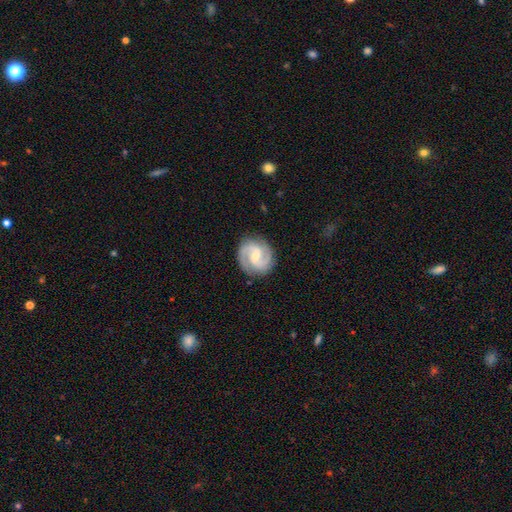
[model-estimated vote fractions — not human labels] A featured or disk galaxy (88%) with a weak bar (50%), 2 (89%) medium (53%) spiral arms (98%) and a small central bulge (55%).

Vote fractions:
- Smooth or featured? featured or disk: 88% / smooth: 8% / star or artifact: 4%
- Edge-on disk? no: 98% / yes: 2%
- Bar? weak: 50% / no: 32% / strong: 18%
- Spiral arms? yes: 98% / no: 2%
- Spiral winding? medium: 53% / tight: 36% / loose: 11%
- Spiral arm count? 2: 89% / 3: 4% / can't tell: 3% / 1: 1% / 4: 1% / more than 4: 1%
- Bulge size? small: 55% / moderate: 40% / none: 2% / large: 2% / dominant: 1%
- Merging? none: 86% / minor disturbance: 10% / major disturbance: 3% / merger: 1%